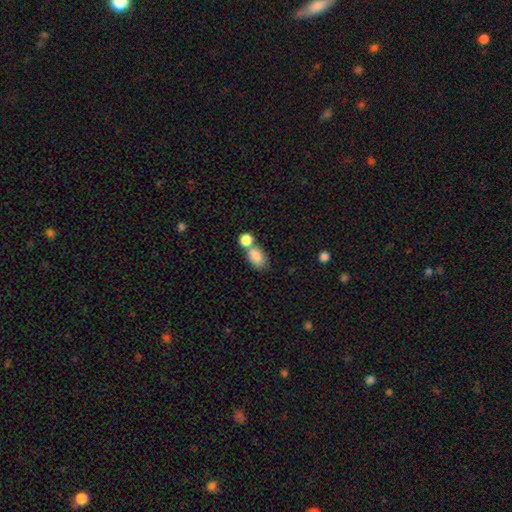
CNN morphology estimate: Smooth or featured: smooth — 84% (star or artifact — 9%)
How rounded: in between — 87% (round — 11%)
Merging: none — 42% (merger — 41%)